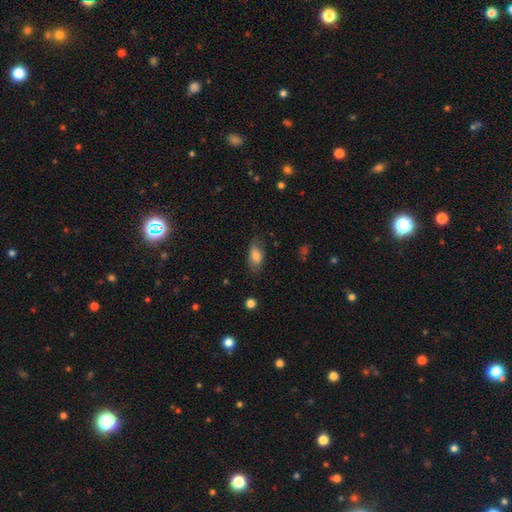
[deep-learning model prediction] This is likely a smooth galaxy (79%). How rounded: clearly in between (89%). Merging: likely none (74%).